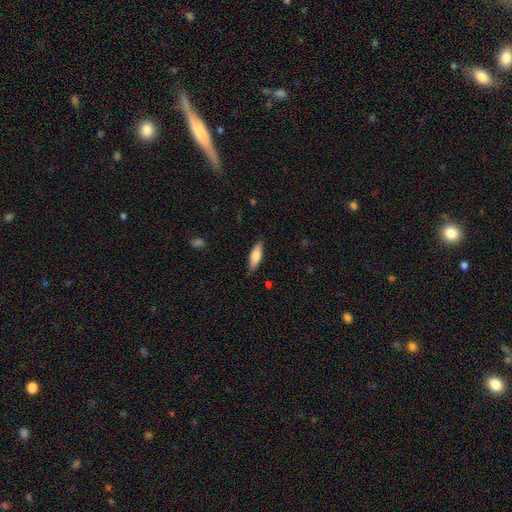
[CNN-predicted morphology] A smooth galaxy with no disk features (76%) that is in between round and cigar-shaped (52%). Merging: none (84%).